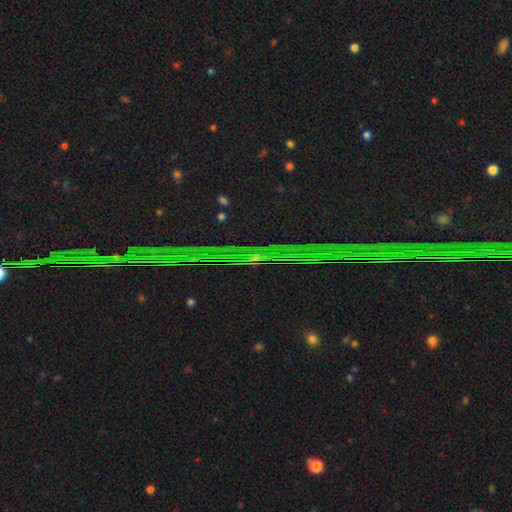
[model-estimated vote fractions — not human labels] smooth_or_featured: star or artifact (p=0.81) [alt: featured or disk p=0.11]